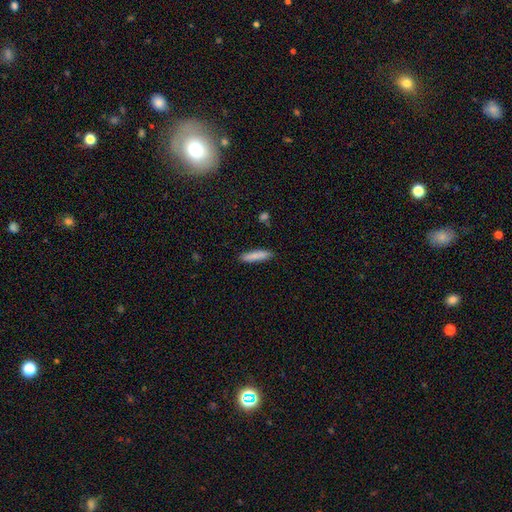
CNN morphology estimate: type=smooth (84%); roundness=cigar-shaped (81%); merging=none (86%).